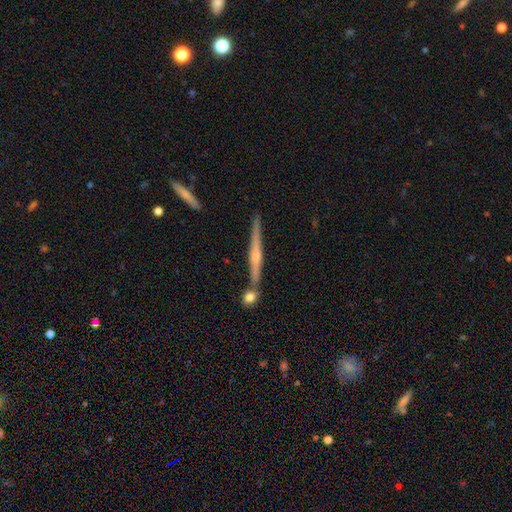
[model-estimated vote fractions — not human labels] featured or disk 67%, smooth 27%, star or artifact 6%. Down the decision tree: edge-on disk — yes (97%); edge-on bulge — rounded (64%); merging — none (77%).